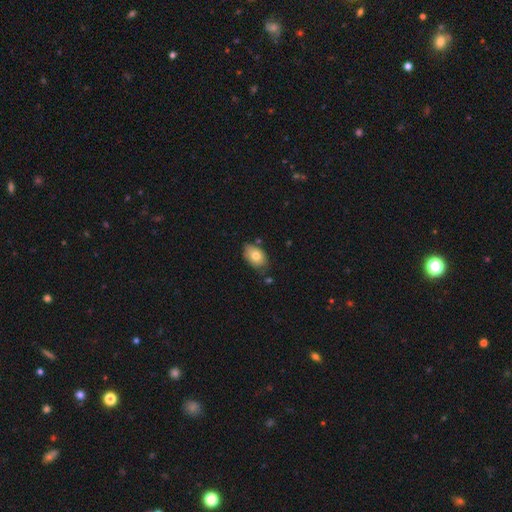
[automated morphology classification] The model was most divided on "merging": none: 71%, minor disturbance: 21%, merger: 5%, major disturbance: 4%. More confident: how rounded — in between (86%); smooth or featured — smooth (77%).